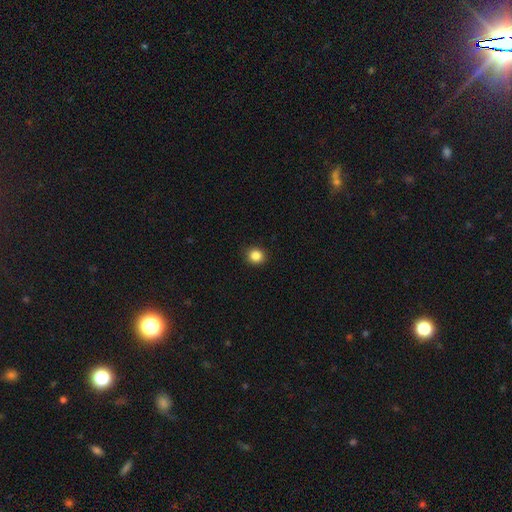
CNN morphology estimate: Q: Smooth or featured?
A: smooth (86%); runner-up: star or artifact (11%)
Q: How rounded?
A: round (87%); runner-up: in between (12%)
Q: Merging?
A: none (92%); runner-up: minor disturbance (6%)